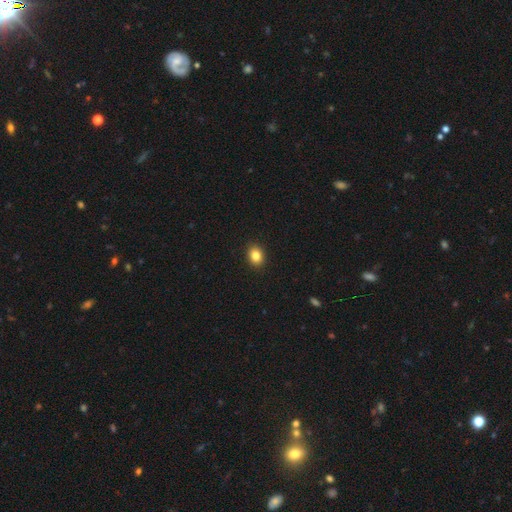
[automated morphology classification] Smooth or featured?
  - smooth: 85% *
  - star or artifact: 10%
  - featured or disk: 5%
How rounded?
  - in between: 50% *
  - round: 49%
  - cigar-shaped: 1%
Merging?
  - none: 91% *
  - minor disturbance: 6%
  - major disturbance: 2%
  - merger: 1%